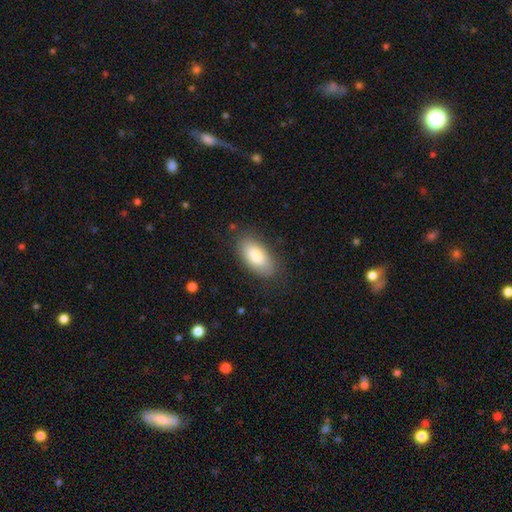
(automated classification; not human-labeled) This appears to be a smooth galaxy with no disk features (84%) that is in between round and cigar-shaped (92%). Merging: none (82%).